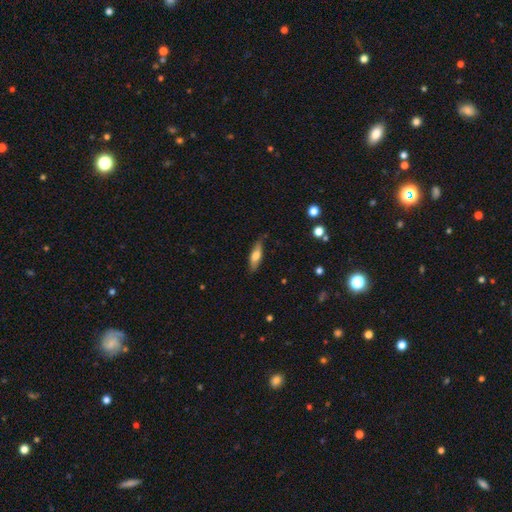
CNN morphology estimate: Smooth or featured? Predicted: smooth (p=0.64). How rounded? Predicted: cigar-shaped (p=0.49). Merging? Predicted: none (p=0.80).